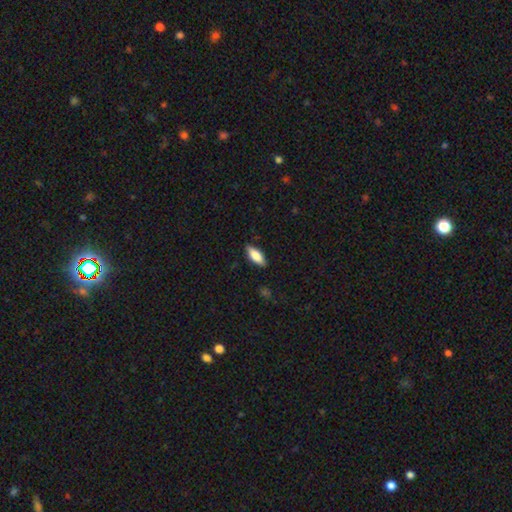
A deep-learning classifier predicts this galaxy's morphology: Smooth or featured? Predicted: smooth (p=0.82). How rounded? Predicted: in between (p=0.78). Merging? Predicted: none (p=0.87).